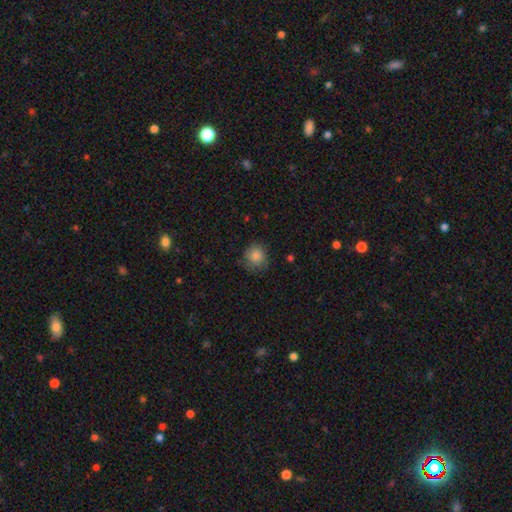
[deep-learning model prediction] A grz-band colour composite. It shows a smooth galaxy with no disk features (84%) that is round (89%). Merging: none (79%).